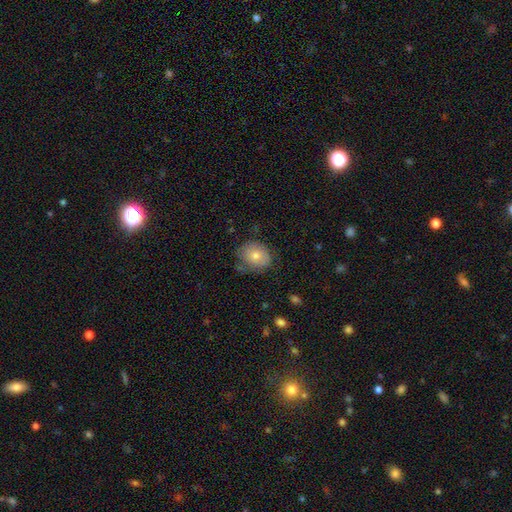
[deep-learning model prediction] Smooth or featured? smooth (70%)
How rounded? round (69%)
Merging? none (72%)